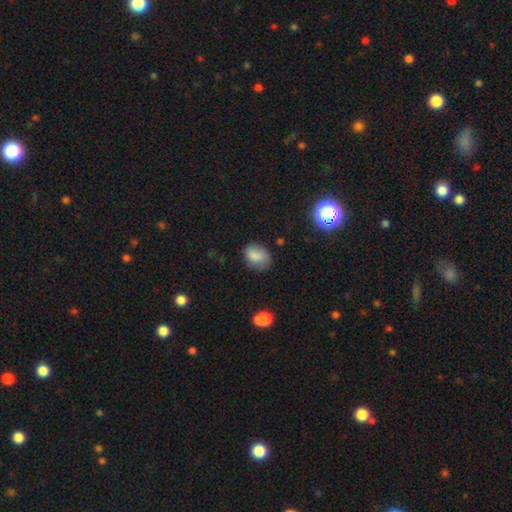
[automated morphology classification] smooth_or_featured: smooth (p=0.80) [alt: featured or disk p=0.10]
how_rounded: in between (p=0.69) [alt: round p=0.29]
merging: none (p=0.66) [alt: minor disturbance p=0.25]